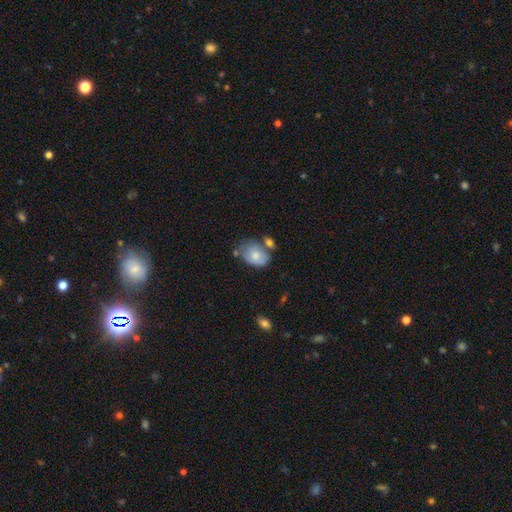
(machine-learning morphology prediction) Smooth or featured: smooth — 69% (featured or disk — 25%)
How rounded: in between — 79% (round — 20%)
Merging: none — 42% (minor disturbance — 28%)